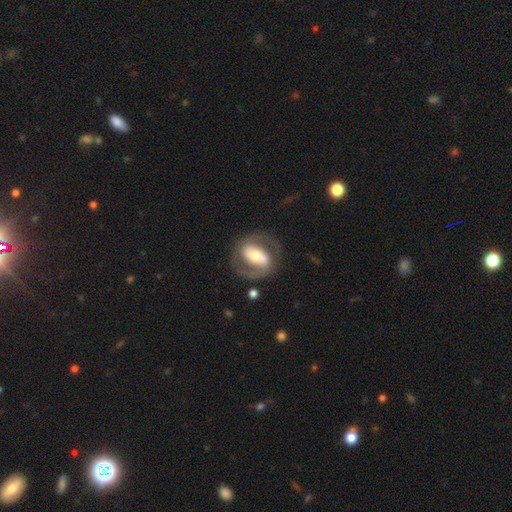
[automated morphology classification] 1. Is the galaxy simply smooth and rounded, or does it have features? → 82% featured or disk, 13% smooth, 5% star or artifact.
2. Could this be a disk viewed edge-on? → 97% no, 3% yes.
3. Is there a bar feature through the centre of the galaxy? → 52% strong, 28% weak, 19% no.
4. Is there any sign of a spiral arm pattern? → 89% yes, 11% no.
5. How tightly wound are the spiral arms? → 51% medium, 29% tight, 20% loose.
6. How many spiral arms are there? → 87% 2, 6% 1, 4% can't tell, 1% 3, 1% 4, 1% more than 4.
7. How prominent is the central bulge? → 57% moderate, 23% small, 16% large, 2% dominant, 2% none.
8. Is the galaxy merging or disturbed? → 76% none, 13% minor disturbance, 9% major disturbance, 2% merger.